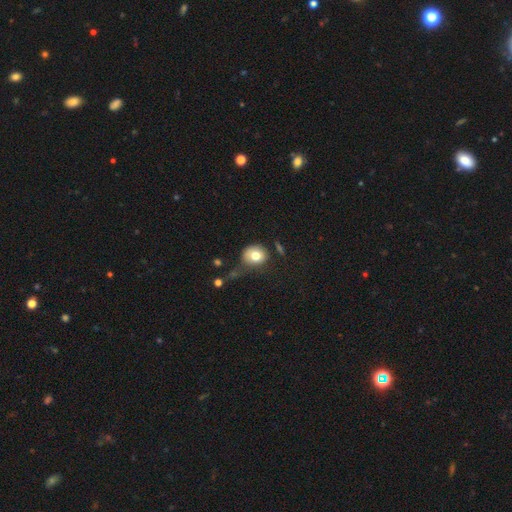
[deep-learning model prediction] smooth 77%, featured or disk 14%, star or artifact 9%. Down the decision tree: how rounded — round (73%); merging — none (42%).